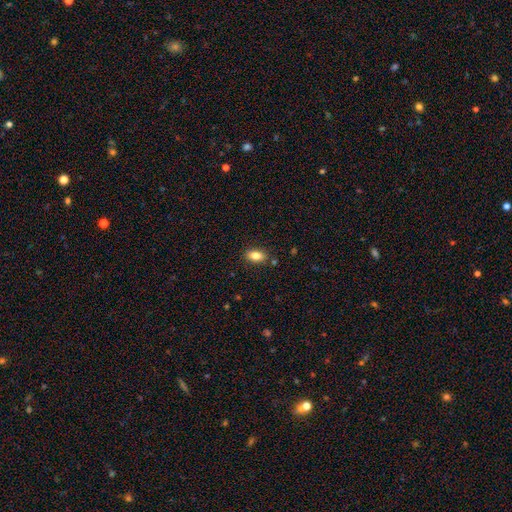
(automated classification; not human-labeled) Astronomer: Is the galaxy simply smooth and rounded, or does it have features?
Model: smooth — 83%.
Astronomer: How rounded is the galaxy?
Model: in between — 89%.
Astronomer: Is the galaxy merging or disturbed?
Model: none — 85%.